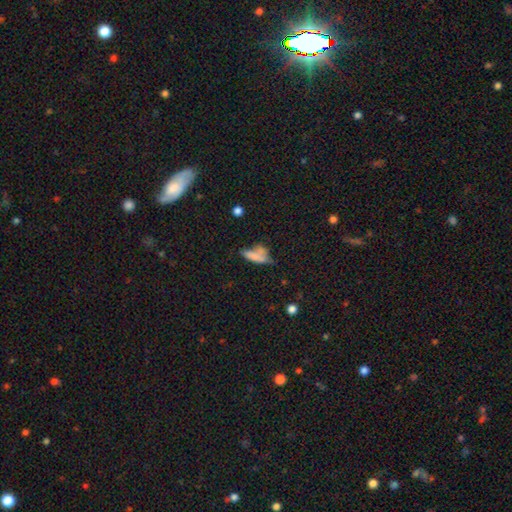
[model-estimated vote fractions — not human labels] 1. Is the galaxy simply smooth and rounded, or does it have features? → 65% smooth, 23% featured or disk, 13% star or artifact.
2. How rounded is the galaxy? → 50% in between, 45% cigar-shaped, 5% round.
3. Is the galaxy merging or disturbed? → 36% none, 29% merger, 20% minor disturbance, 15% major disturbance.